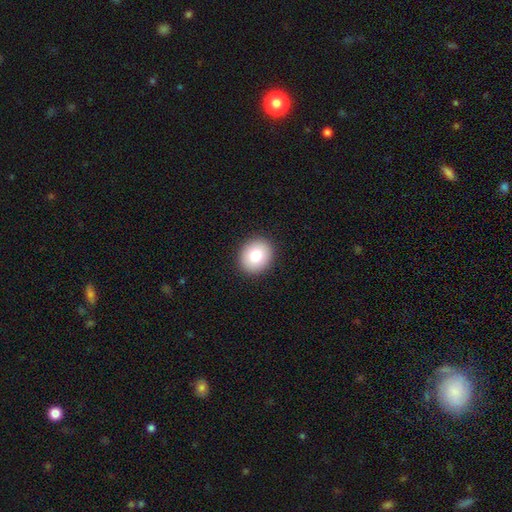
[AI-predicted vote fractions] Smooth or featured? Predicted: smooth (p=0.80). How rounded? Predicted: round (p=0.76). Merging? Predicted: none (p=0.92).